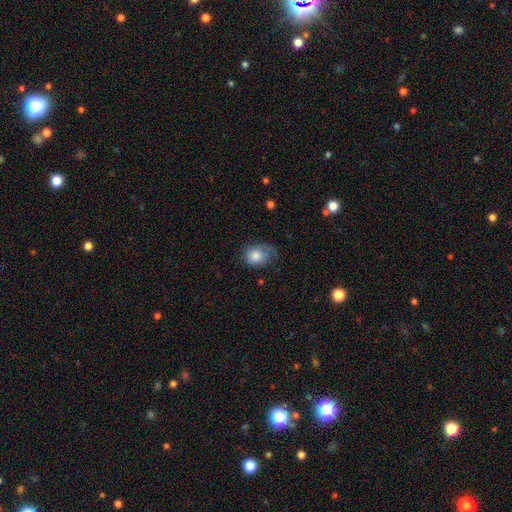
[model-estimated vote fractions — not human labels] Q: Smooth or featured?
A: smooth (78%); runner-up: featured or disk (13%)
Q: How rounded?
A: in between (51%); runner-up: round (48%)
Q: Merging?
A: none (46%); runner-up: minor disturbance (35%)